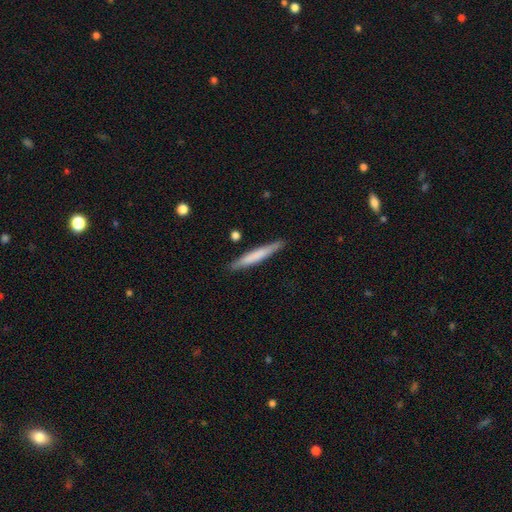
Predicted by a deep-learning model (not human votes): Morphology: type=smooth (66%); roundness=cigar-shaped (95%); merging=none (86%).